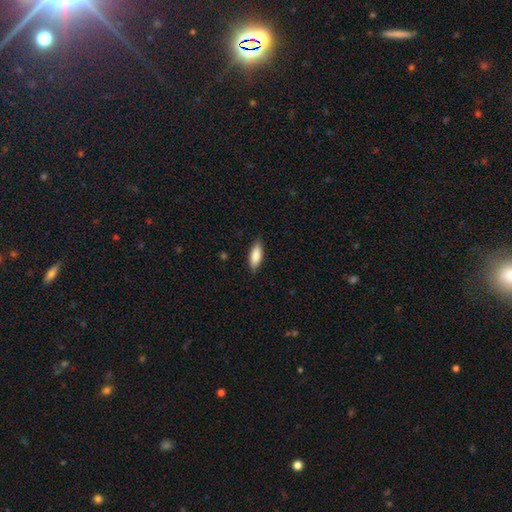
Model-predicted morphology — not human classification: Smooth or featured: smooth — 84% (featured or disk — 10%)
How rounded: in between — 65% (cigar-shaped — 33%)
Merging: none — 86% (minor disturbance — 11%)